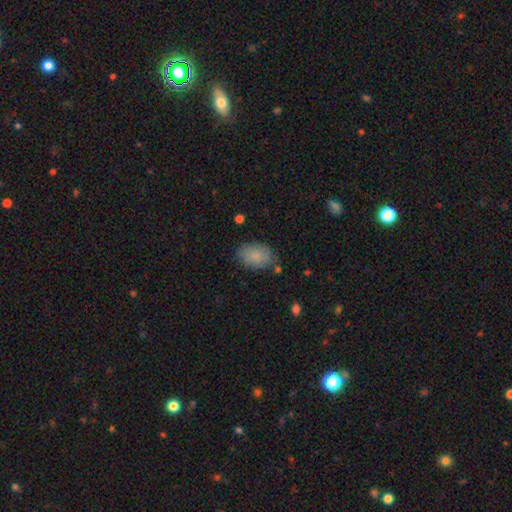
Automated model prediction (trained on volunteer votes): Q: Smooth or featured?
A: smooth (85%); runner-up: featured or disk (8%)
Q: How rounded?
A: in between (87%); runner-up: round (12%)
Q: Merging?
A: none (77%); runner-up: minor disturbance (16%)